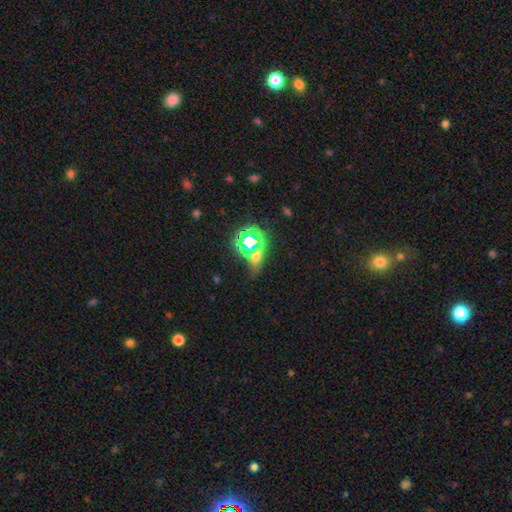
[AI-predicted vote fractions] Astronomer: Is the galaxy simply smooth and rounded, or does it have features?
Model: star or artifact — 57%.